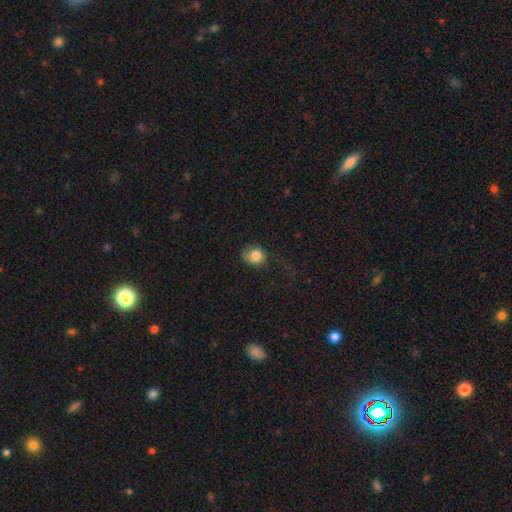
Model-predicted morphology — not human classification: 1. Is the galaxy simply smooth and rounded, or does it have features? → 83% smooth, 9% star or artifact, 8% featured or disk.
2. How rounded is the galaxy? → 68% round, 31% in between, 1% cigar-shaped.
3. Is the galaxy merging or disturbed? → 56% none, 27% minor disturbance, 16% major disturbance, 2% merger.